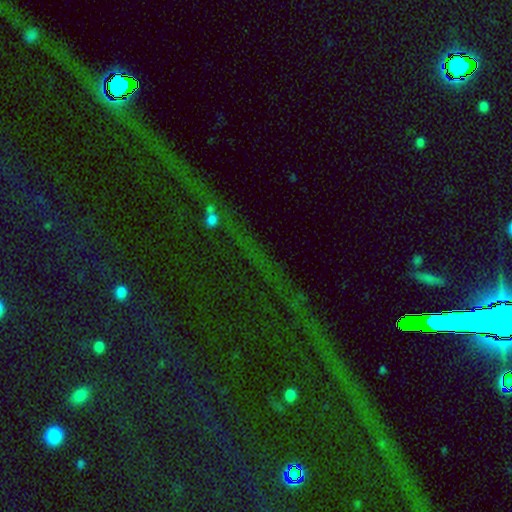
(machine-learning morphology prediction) Overall: star or artifact (76%).